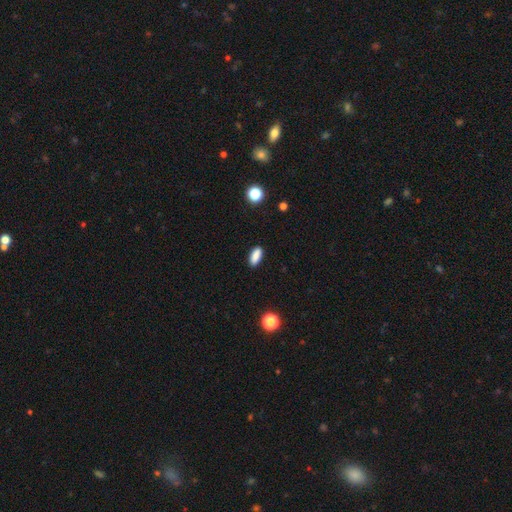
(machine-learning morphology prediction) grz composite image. It shows a smooth galaxy with no disk features (88%) that is in between round and cigar-shaped (79%). Merging: none (89%).